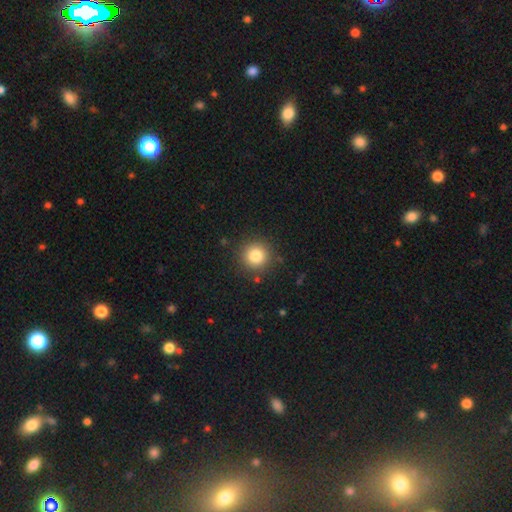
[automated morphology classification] smooth-or-featured: smooth: 82% | star or artifact: 11% | featured or disk: 7%
  how-rounded: round: 95% | in between: 4% | cigar-shaped: 1%
  merging: none: 88% | minor disturbance: 7% | major disturbance: 3% | merger: 2%